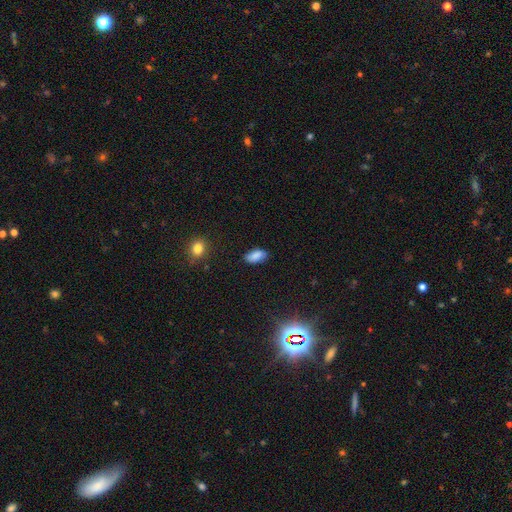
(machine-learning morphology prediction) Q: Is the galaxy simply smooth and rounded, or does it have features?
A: smooth — 84%.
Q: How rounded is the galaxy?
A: in between — 91%.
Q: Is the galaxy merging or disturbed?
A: none — 79%.